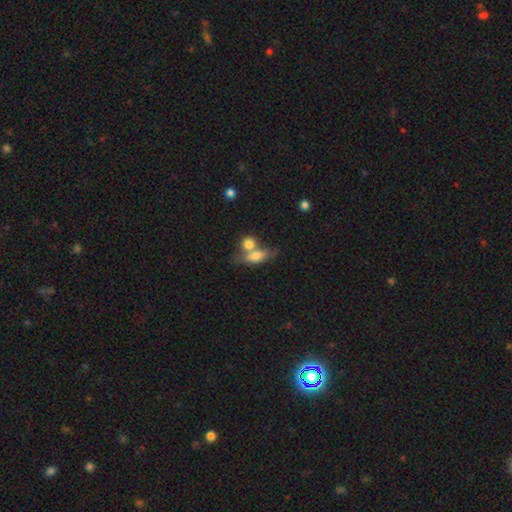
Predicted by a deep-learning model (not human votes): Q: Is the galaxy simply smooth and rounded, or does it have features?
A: smooth — 69%.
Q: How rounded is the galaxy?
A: in between — 66%.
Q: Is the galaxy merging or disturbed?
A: merger — 50%.